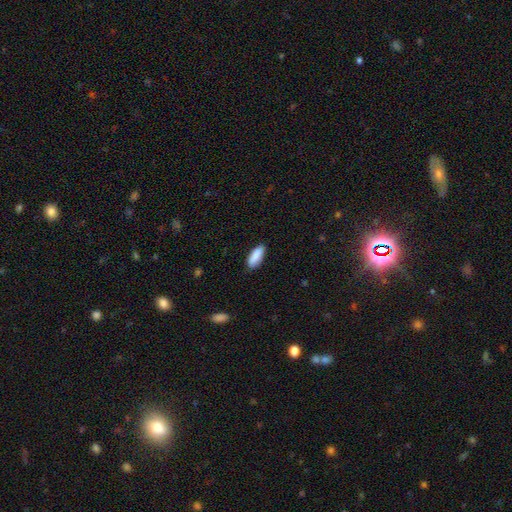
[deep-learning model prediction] Morphology: type=smooth (89%); roundness=in between (71%); merging=none (86%).